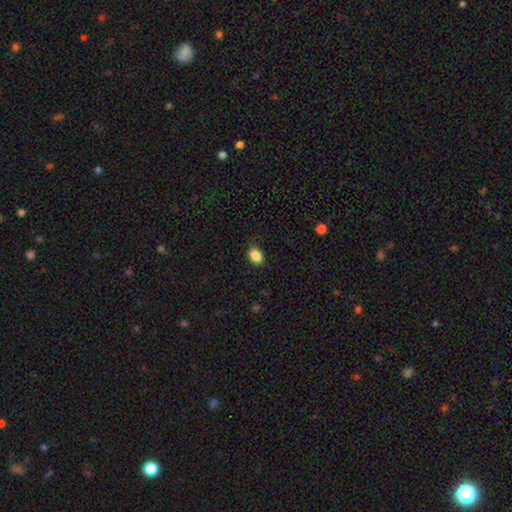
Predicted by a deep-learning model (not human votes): Morphology: type=smooth (87%); roundness=in between (70%); merging=none (82%).